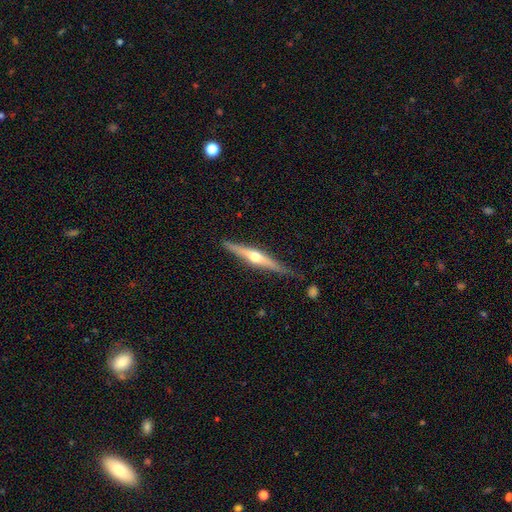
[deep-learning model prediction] This appears to be a featured or disk galaxy (71%) viewed edge-on (97%) with a rounded central bulge (91%). Merging: none (83%).